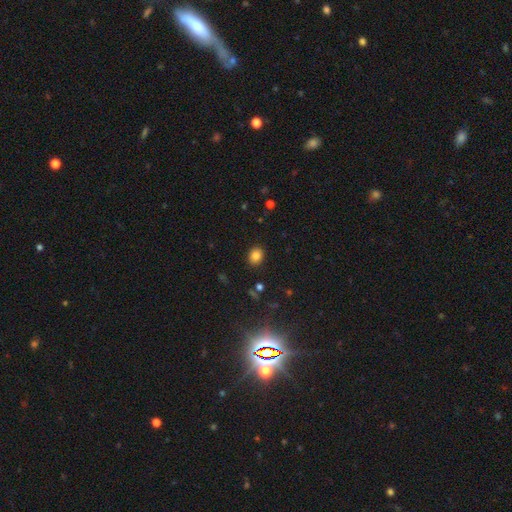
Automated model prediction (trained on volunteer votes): This appears to be a smooth galaxy with no disk features (83%) that is round (51%). Merging: none (88%).